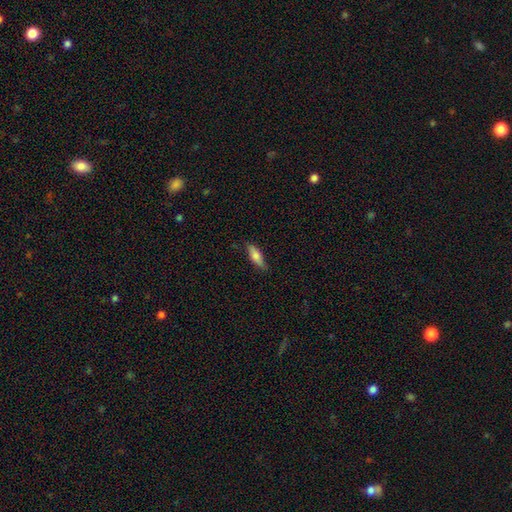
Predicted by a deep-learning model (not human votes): Smooth or featured? smooth (70%)
How rounded? in between (50%)
Merging? none (79%)